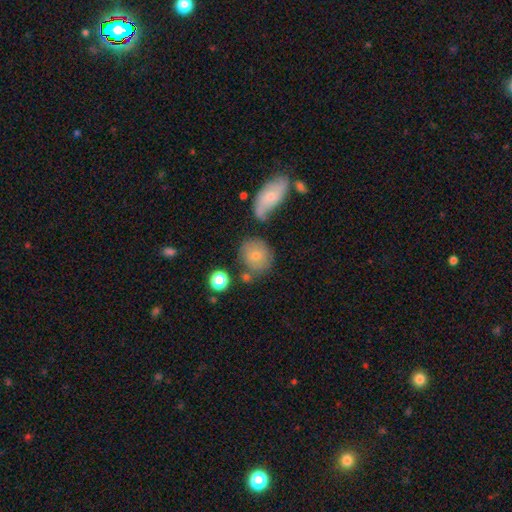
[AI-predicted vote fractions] smooth_or_featured: smooth (p=0.73) [alt: featured or disk p=0.18]
how_rounded: round (p=0.77) [alt: in between p=0.22]
merging: none (p=0.59) [alt: minor disturbance p=0.17]